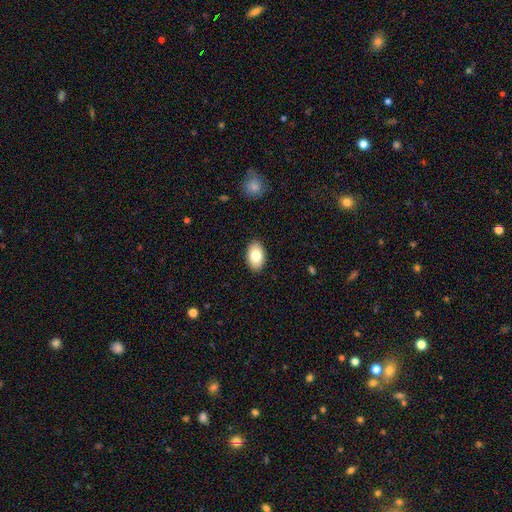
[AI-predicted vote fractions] Morphology: type=smooth (81%); roundness=in between (92%); merging=none (89%).